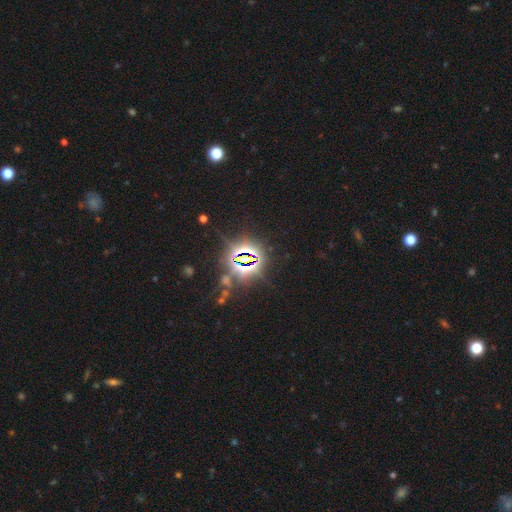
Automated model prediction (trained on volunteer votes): This is clearly a star or artifact rather than a galaxy (83%).